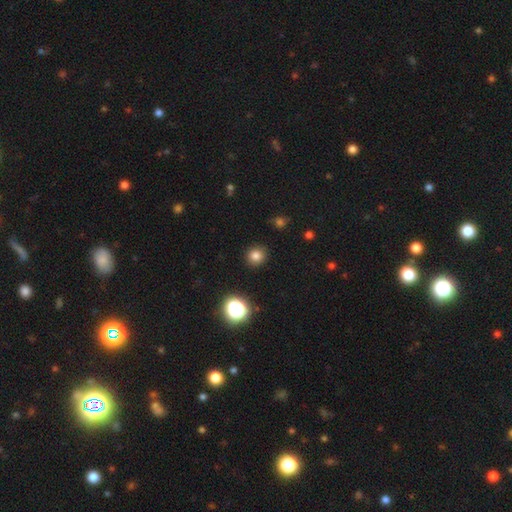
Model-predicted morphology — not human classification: Smooth or featured: smooth — 80% (star or artifact — 15%)
How rounded: round — 90% (in between — 9%)
Merging: none — 91% (minor disturbance — 6%)